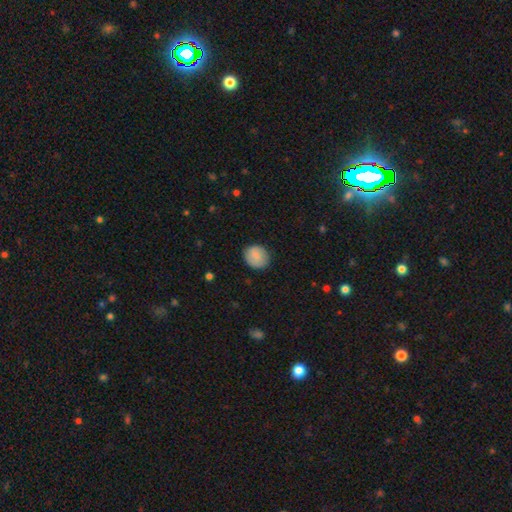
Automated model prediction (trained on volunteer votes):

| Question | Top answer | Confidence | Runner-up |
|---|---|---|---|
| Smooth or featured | smooth | 82% | featured or disk (11%) |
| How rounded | round | 77% | in between (22%) |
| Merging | none | 85% | minor disturbance (12%) |